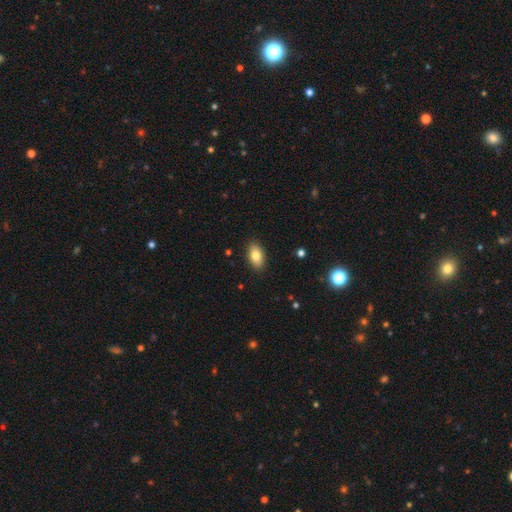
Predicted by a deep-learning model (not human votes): Smooth or featured? Predicted: smooth (p=0.81). How rounded? Predicted: in between (p=0.92). Merging? Predicted: none (p=0.89).